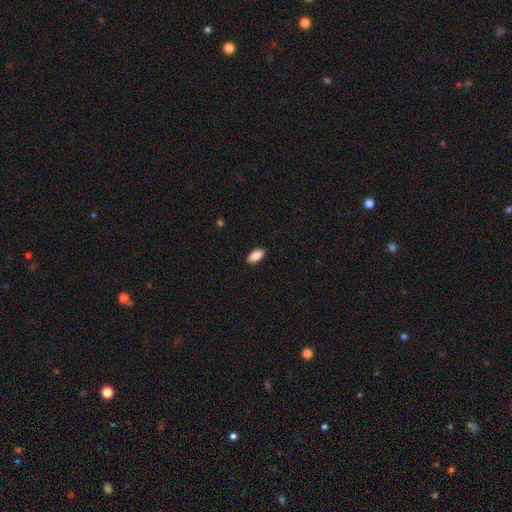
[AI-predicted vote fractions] A smooth galaxy with no disk features (90%) that is in between round and cigar-shaped (92%). Merging: none (90%).